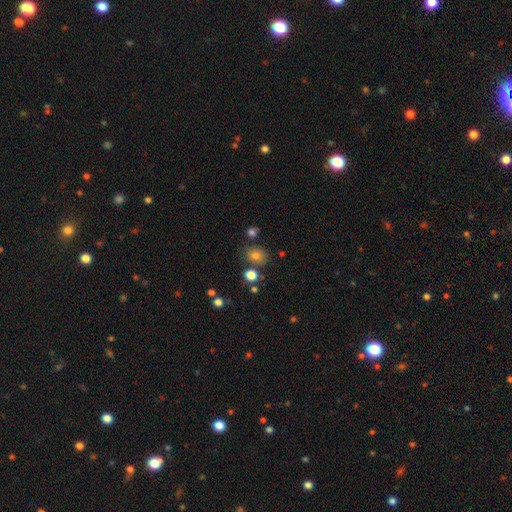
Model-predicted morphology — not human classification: The model was most divided on "how rounded": round: 54%, in between: 45%, cigar-shaped: 1%. More confident: smooth or featured — smooth (77%); merging — none (76%).